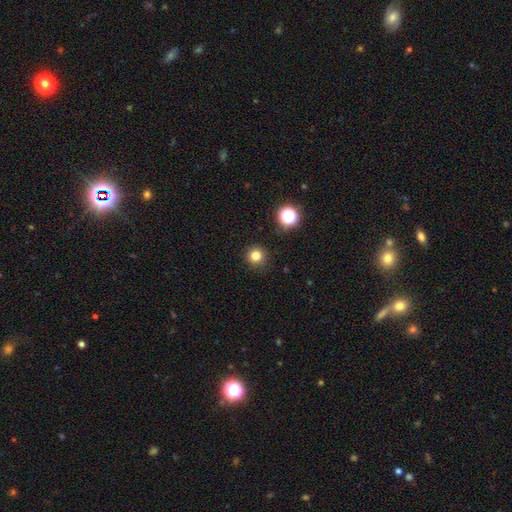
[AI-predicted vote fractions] Q: Smooth or featured?
A: smooth (80%); runner-up: star or artifact (15%)
Q: How rounded?
A: round (95%); runner-up: in between (4%)
Q: Merging?
A: none (91%); runner-up: minor disturbance (6%)